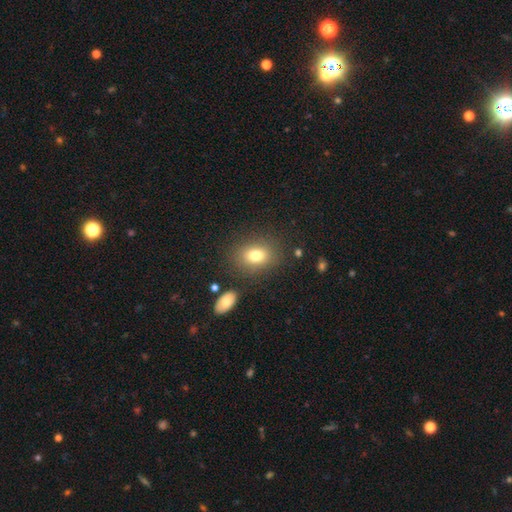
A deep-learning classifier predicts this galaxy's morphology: type=smooth (77%); roundness=in between (64%); merging=none (81%).